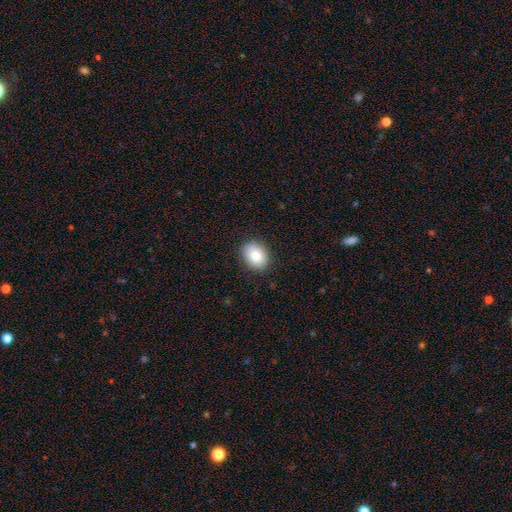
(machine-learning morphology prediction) The model was most divided on "how rounded": in between: 57%, round: 42%, cigar-shaped: 1%. More confident: merging — none (87%); smooth or featured — smooth (81%).